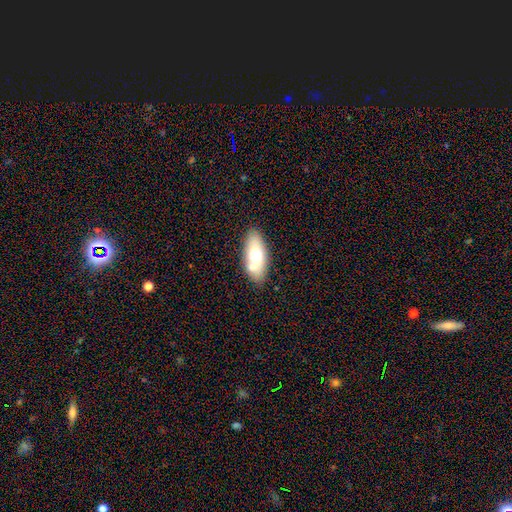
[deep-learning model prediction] Overall: smooth (62%; featured or disk 31%). How rounded: in between (85%). Merging: none (65%).